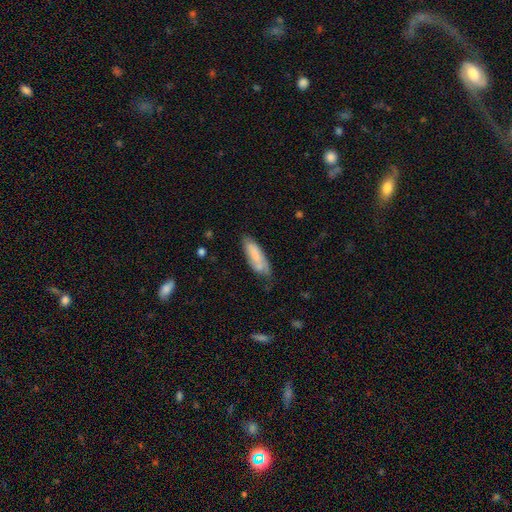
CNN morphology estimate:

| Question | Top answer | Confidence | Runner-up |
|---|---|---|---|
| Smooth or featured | smooth | 70% | featured or disk (23%) |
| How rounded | in between | 57% | cigar-shaped (41%) |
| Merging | none | 54% | minor disturbance (32%) |